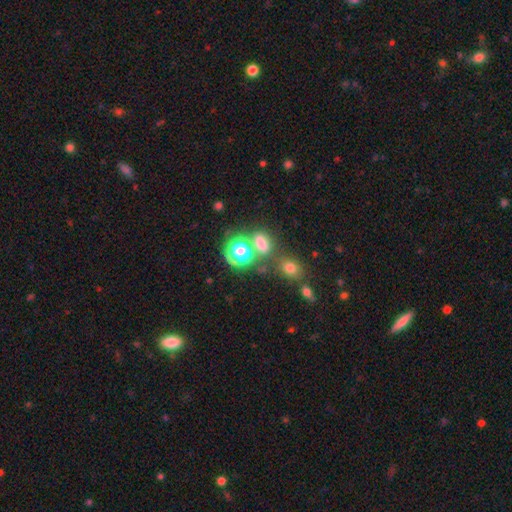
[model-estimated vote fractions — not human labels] The model was most divided on "smooth or featured": star or artifact: 55%, smooth: 35%, featured or disk: 10%.